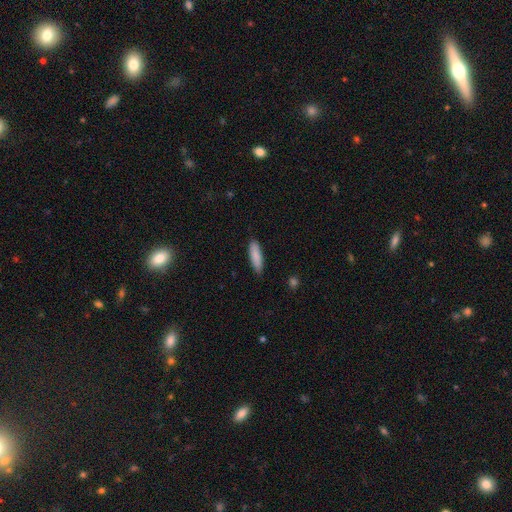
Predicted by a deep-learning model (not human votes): The model was most divided on "how rounded": cigar-shaped: 59%, in between: 39%, round: 1%. More confident: merging — none (87%); smooth or featured — smooth (87%).